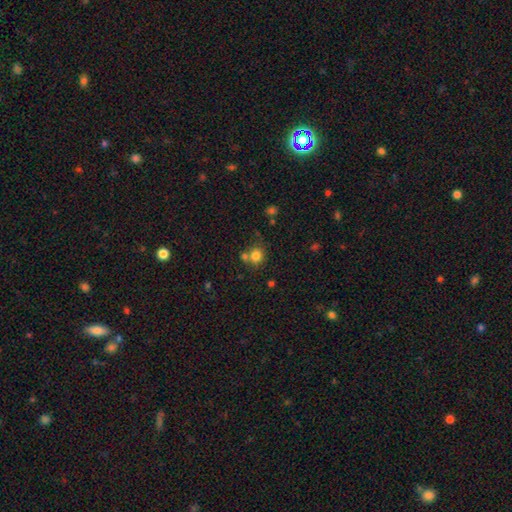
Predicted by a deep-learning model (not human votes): A smooth galaxy with no disk features (80%) that is round (79%). Merging: none (58%).